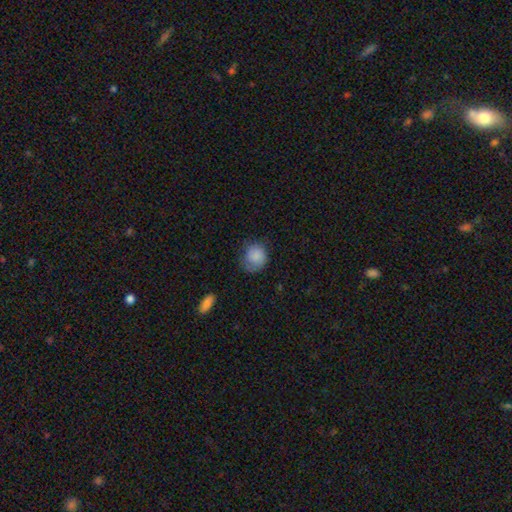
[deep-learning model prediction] This is clearly a smooth galaxy (82%). How rounded: likely round (76%). Merging: possibly none (59%).